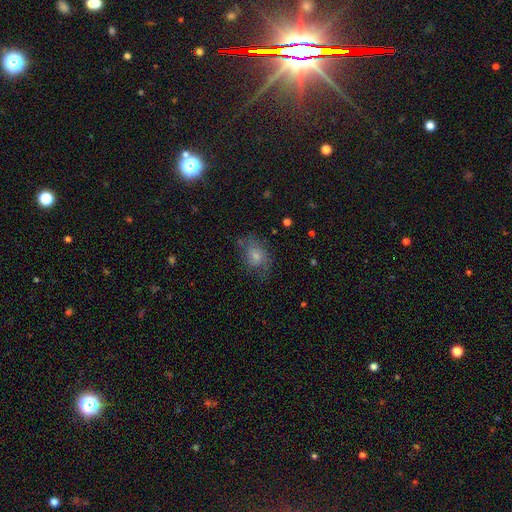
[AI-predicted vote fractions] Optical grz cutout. It shows a featured or disk galaxy (43%). Merging: none (62%).